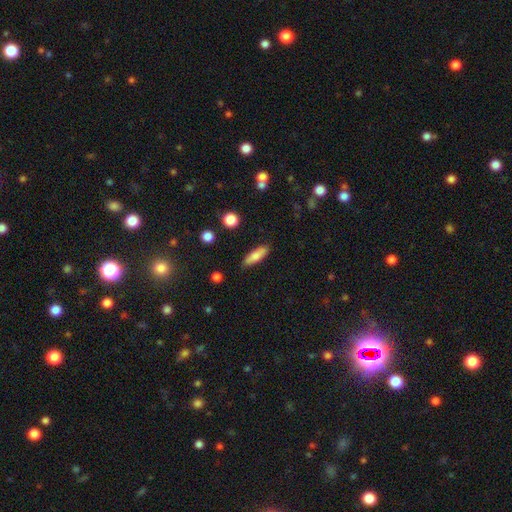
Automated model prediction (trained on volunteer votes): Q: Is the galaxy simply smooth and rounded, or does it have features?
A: smooth — 78%.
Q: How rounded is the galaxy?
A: cigar-shaped — 50%.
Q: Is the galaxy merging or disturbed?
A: none — 84%.